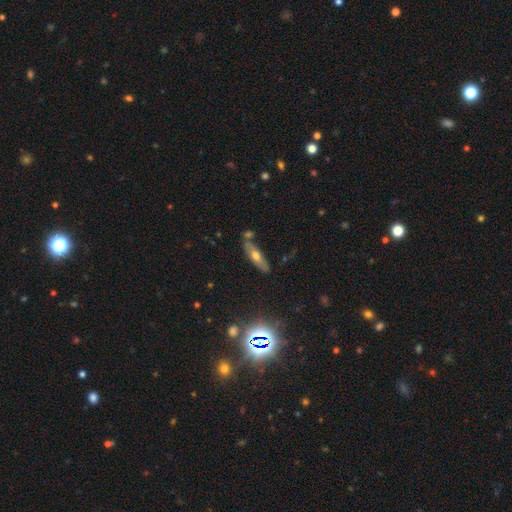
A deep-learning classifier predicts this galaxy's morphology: The model was most divided on "smooth or featured": smooth: 49%, featured or disk: 40%, star or artifact: 11%. More confident: merging — none (74%).